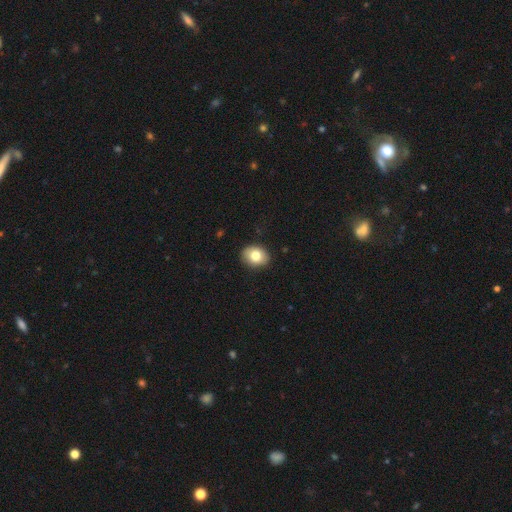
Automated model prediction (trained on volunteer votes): Smooth or featured: smooth — 80% (featured or disk — 12%)
How rounded: in between — 60% (round — 39%)
Merging: none — 88% (minor disturbance — 9%)